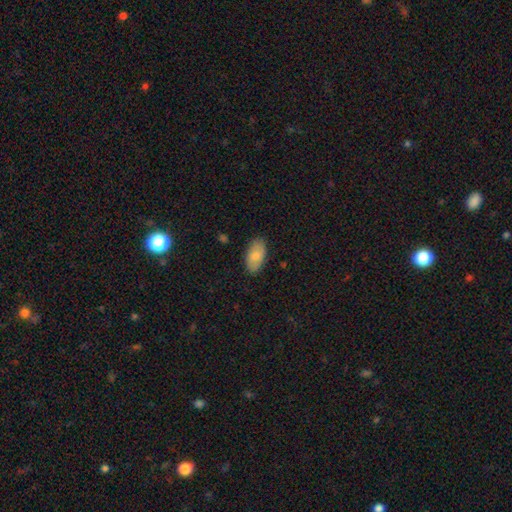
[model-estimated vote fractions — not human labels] smooth-or-featured: smooth: 80% | featured or disk: 14% | star or artifact: 6%
  how-rounded: in between: 95% | round: 3% | cigar-shaped: 2%
  merging: none: 84% | minor disturbance: 13% | major disturbance: 3% | merger: 1%